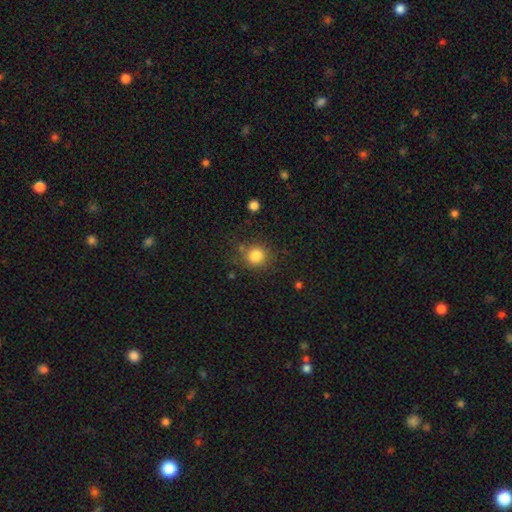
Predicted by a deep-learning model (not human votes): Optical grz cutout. It shows a smooth galaxy with no disk features (84%) that is round (86%). Merging: none (79%).